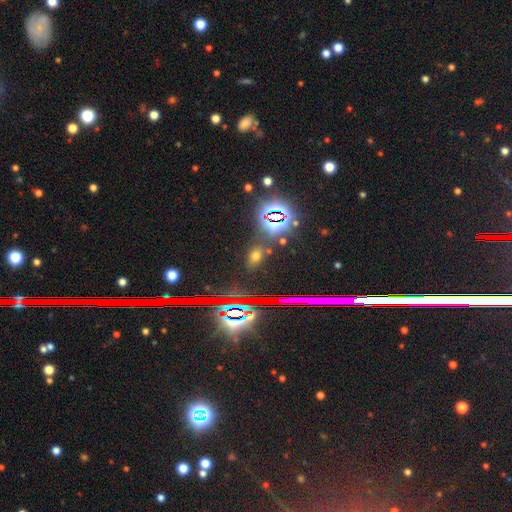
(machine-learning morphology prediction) This appears to be a smooth galaxy with no disk features (49%). Merging: none (81%).